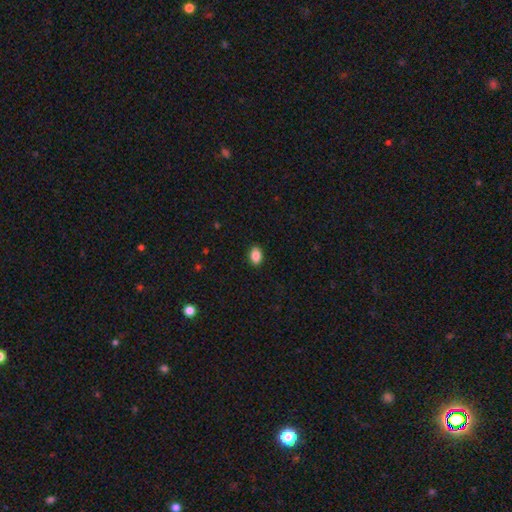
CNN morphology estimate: Smooth or featured?
  - smooth: 88% *
  - star or artifact: 8%
  - featured or disk: 4%
How rounded?
  - in between: 83% *
  - round: 15%
  - cigar-shaped: 1%
Merging?
  - none: 90% *
  - minor disturbance: 7%
  - major disturbance: 2%
  - merger: 1%